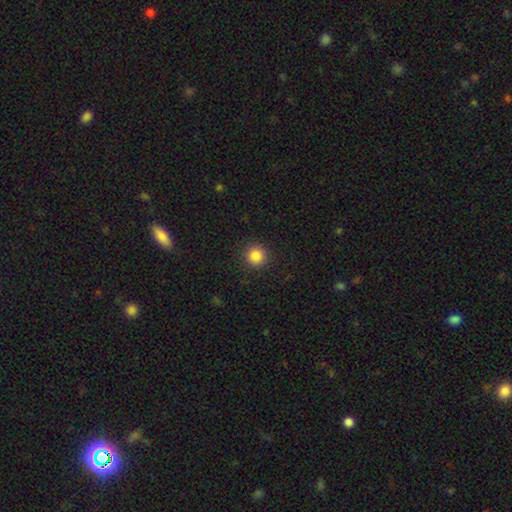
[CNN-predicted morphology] smooth 86%, star or artifact 11%, featured or disk 4%. Down the decision tree: how rounded — round (95%); merging — none (91%).